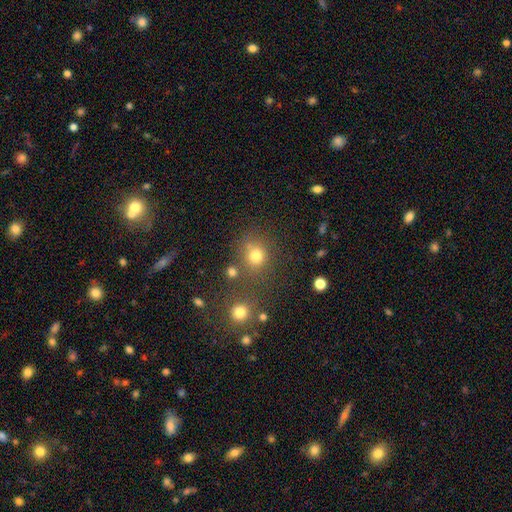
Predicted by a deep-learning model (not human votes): smooth_or_featured: smooth (p=0.74) [alt: star or artifact p=0.18]
how_rounded: round (p=0.84) [alt: in between p=0.15]
merging: none (p=0.69) [alt: merger p=0.14]